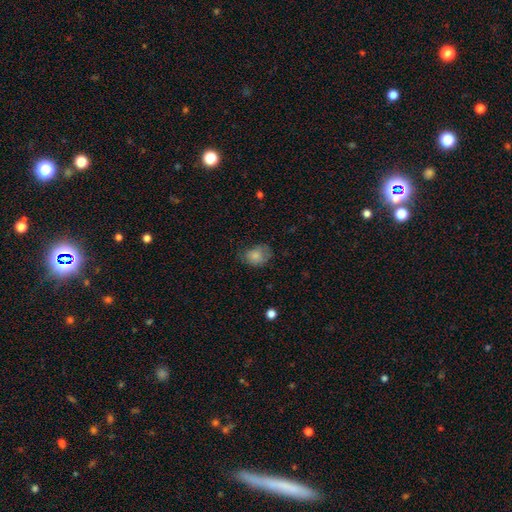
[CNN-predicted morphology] A smooth galaxy with no disk features (80%) that is in between round and cigar-shaped (62%).

Vote fractions:
- Smooth or featured? smooth: 80% / featured or disk: 11% / star or artifact: 9%
- How rounded? in between: 62% / round: 37% / cigar-shaped: 1%
- Merging? none: 52% / minor disturbance: 32% / major disturbance: 15% / merger: 2%